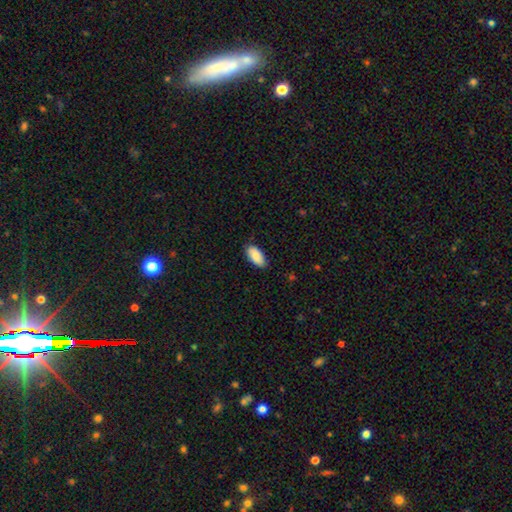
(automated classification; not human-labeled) Smooth or featured?
  - smooth: 84% *
  - featured or disk: 10%
  - star or artifact: 6%
How rounded?
  - in between: 94% *
  - cigar-shaped: 4%
  - round: 2%
Merging?
  - none: 81% *
  - minor disturbance: 15%
  - major disturbance: 2%
  - merger: 1%